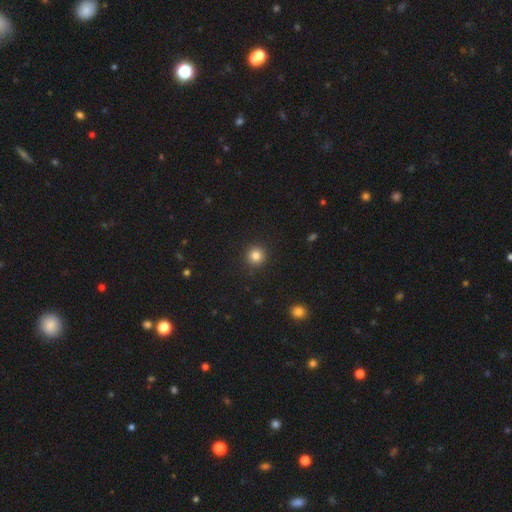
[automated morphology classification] Smooth or featured: smooth — 83% (star or artifact — 12%)
How rounded: round — 95% (in between — 4%)
Merging: none — 92% (minor disturbance — 5%)